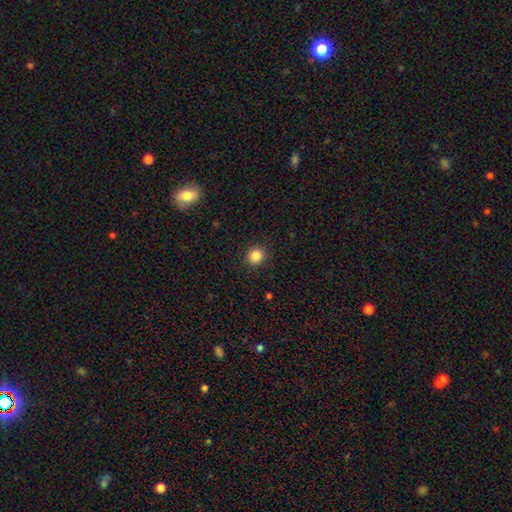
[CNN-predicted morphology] Smooth or featured? Predicted: smooth (p=0.85). How rounded? Predicted: round (p=0.90). Merging? Predicted: none (p=0.91).